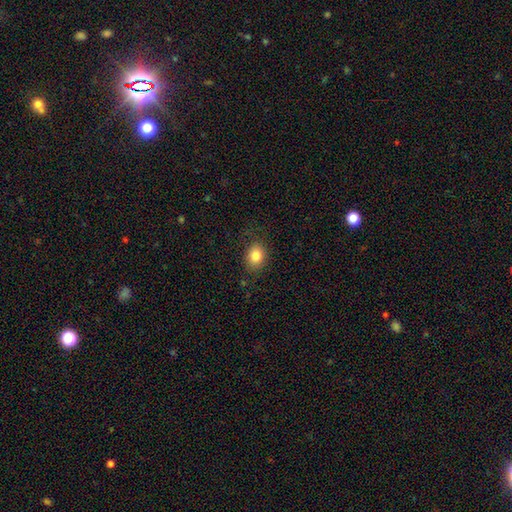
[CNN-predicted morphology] Overall: smooth (82%). How rounded: round (51%; in between 49%). Merging: none (82%).